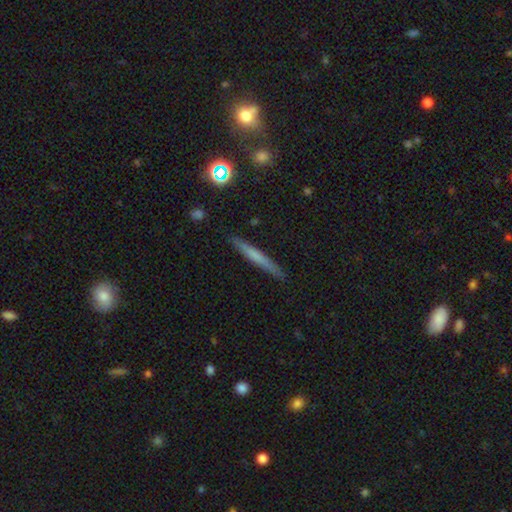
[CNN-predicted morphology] Overall: smooth (53%; featured or disk 40%). How rounded: cigar-shaped (95%). Merging: none (89%).